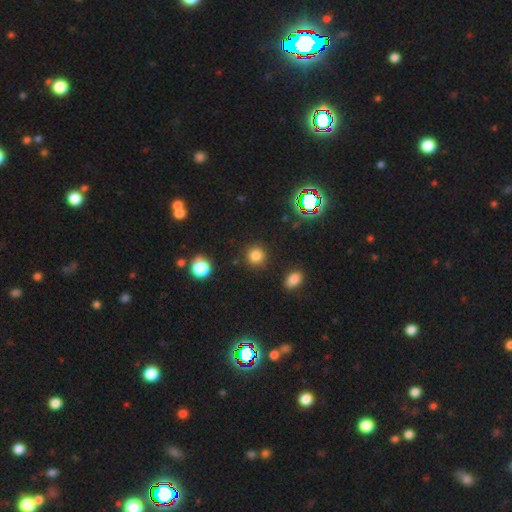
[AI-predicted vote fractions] Smooth or featured: smooth — 80% (star or artifact — 15%)
How rounded: round — 92% (in between — 7%)
Merging: none — 89% (minor disturbance — 7%)